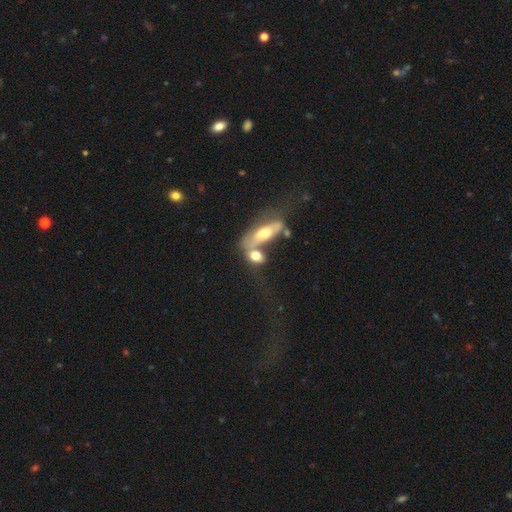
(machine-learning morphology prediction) Overall: smooth (60%; featured or disk 31%). How rounded: in between (67%). Merging: merger (54%; none 26%).